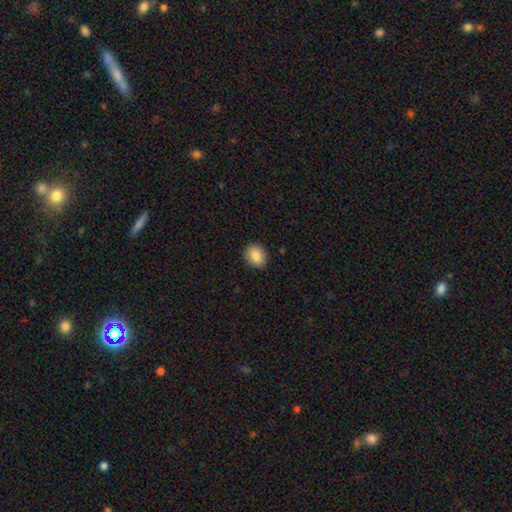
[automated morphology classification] smooth_or_featured: smooth (p=0.86) [alt: star or artifact p=0.08]
how_rounded: round (p=0.54) [alt: in between p=0.45]
merging: none (p=0.88) [alt: minor disturbance p=0.09]